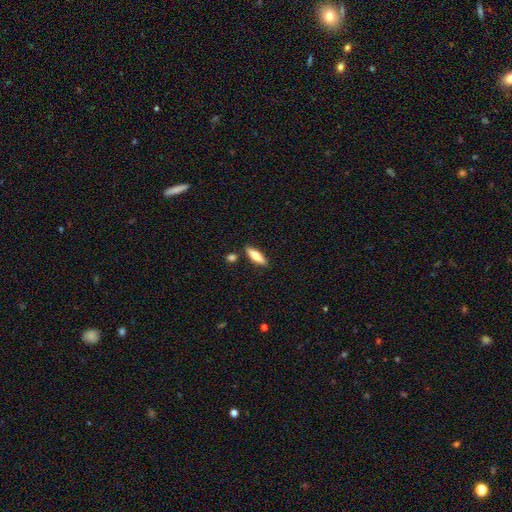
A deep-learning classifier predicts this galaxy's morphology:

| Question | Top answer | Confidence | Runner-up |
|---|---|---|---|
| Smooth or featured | smooth | 64% | featured or disk (30%) |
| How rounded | cigar-shaped | 53% | in between (44%) |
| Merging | none | 85% | minor disturbance (9%) |